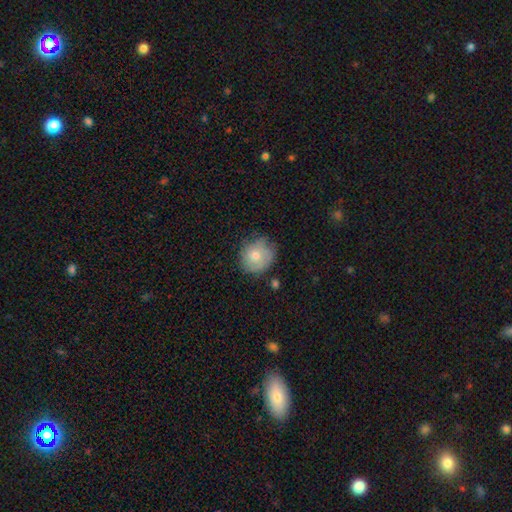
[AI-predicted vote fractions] smooth_or_featured: smooth (p=0.64) [alt: featured or disk p=0.27]
how_rounded: round (p=0.82) [alt: in between p=0.17]
merging: none (p=0.67) [alt: minor disturbance p=0.25]